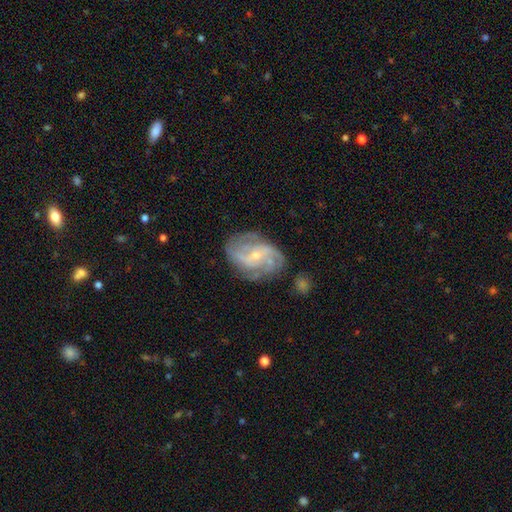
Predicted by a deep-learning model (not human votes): Smooth or featured?
  - featured or disk: 85% *
  - smooth: 9%
  - star or artifact: 6%
Edge-on disk?
  - no: 97% *
  - yes: 3%
Bar?
  - no: 49% *
  - weak: 39%
  - strong: 12%
Spiral arms?
  - yes: 94% *
  - no: 6%
Spiral winding?
  - medium: 45% *
  - tight: 34%
  - loose: 21%
Spiral arm count?
  - 2: 29% *
  - can't tell: 24%
  - 3: 23%
  - 4: 13%
  - more than 4: 6%
  - 1: 5%
Bulge size?
  - small: 71% *
  - moderate: 26%
  - none: 1%
  - large: 1%
  - dominant: 1%
Merging?
  - none: 69% *
  - minor disturbance: 20%
  - major disturbance: 9%
  - merger: 3%